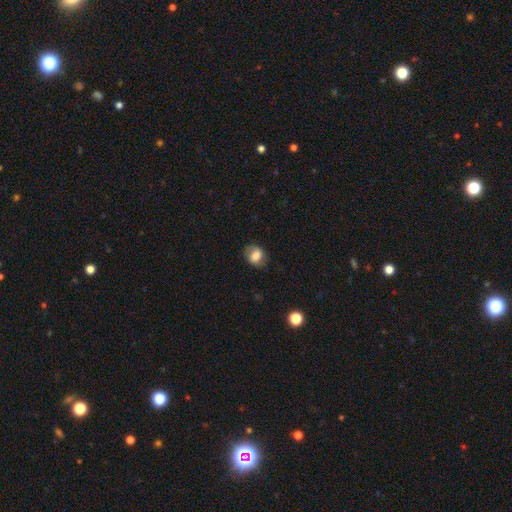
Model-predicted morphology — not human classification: Smooth or featured?
  - smooth: 72% *
  - featured or disk: 18%
  - star or artifact: 9%
How rounded?
  - in between: 51% *
  - round: 48%
  - cigar-shaped: 1%
Merging?
  - none: 72% *
  - minor disturbance: 20%
  - major disturbance: 7%
  - merger: 1%